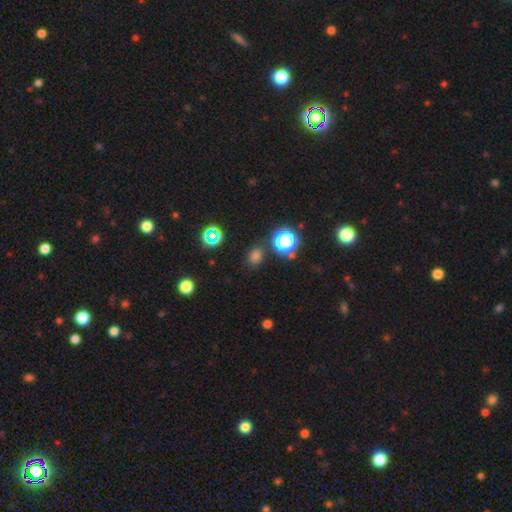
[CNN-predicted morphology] Smooth or featured?
  - smooth: 65% *
  - star or artifact: 29%
  - featured or disk: 6%
How rounded?
  - round: 57% *
  - in between: 41%
  - cigar-shaped: 2%
Merging?
  - none: 81% *
  - minor disturbance: 10%
  - merger: 5%
  - major disturbance: 4%